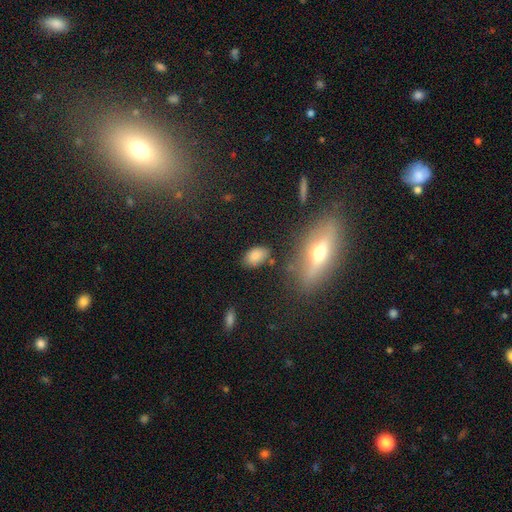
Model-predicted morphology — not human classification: Smooth or featured? smooth (82%)
How rounded? in between (90%)
Merging? none (78%)